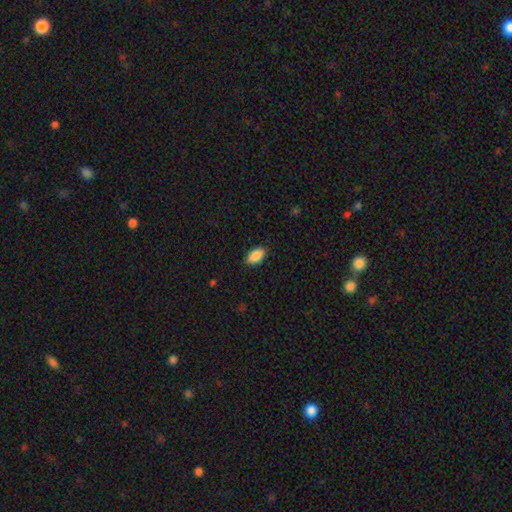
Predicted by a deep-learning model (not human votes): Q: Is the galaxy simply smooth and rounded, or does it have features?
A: smooth — 89%.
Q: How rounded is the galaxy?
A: in between — 93%.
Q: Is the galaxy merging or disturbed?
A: none — 85%.